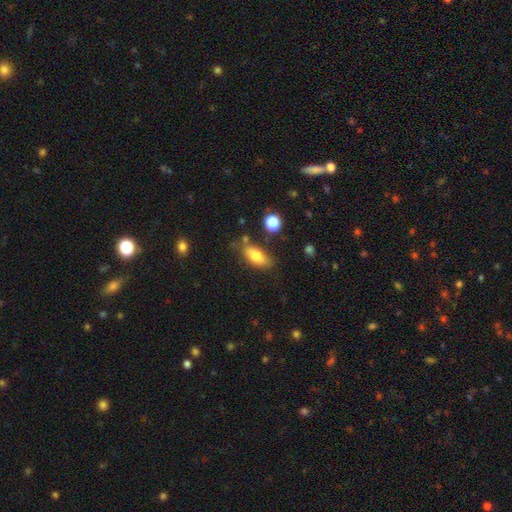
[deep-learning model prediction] This appears to be a smooth galaxy with no disk features (78%) that is in between round and cigar-shaped (82%). Merging: none (66%).